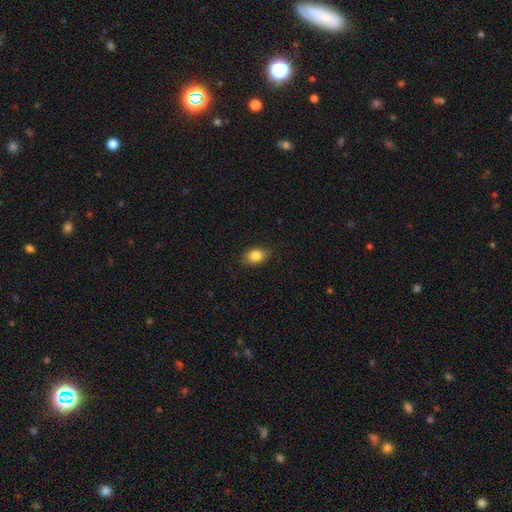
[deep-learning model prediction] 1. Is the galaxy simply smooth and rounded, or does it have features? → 84% smooth, 8% star or artifact, 7% featured or disk.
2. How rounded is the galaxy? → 79% in between, 20% round, 1% cigar-shaped.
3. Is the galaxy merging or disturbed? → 86% none, 11% minor disturbance, 3% major disturbance, 1% merger.